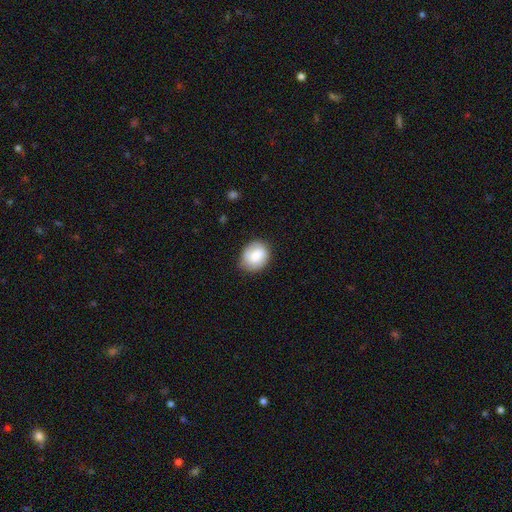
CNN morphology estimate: A smooth galaxy with no disk features (76%) that is round (59%). Merging: none (76%).